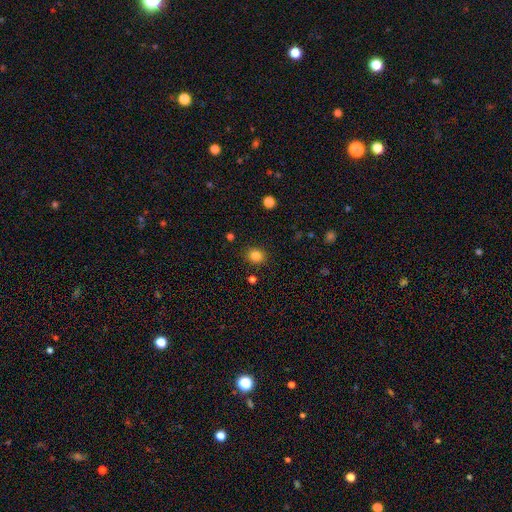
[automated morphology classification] This appears to be a smooth galaxy with no disk features (84%) that is round (80%). Merging: none (89%).